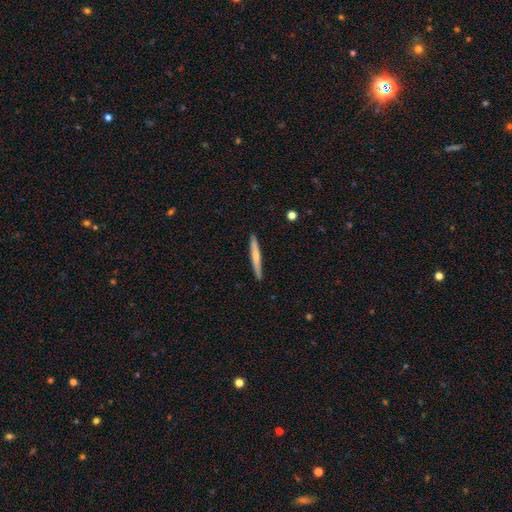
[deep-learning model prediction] Overall: smooth (60%; featured or disk 35%). How rounded: cigar-shaped (96%). Merging: none (89%).